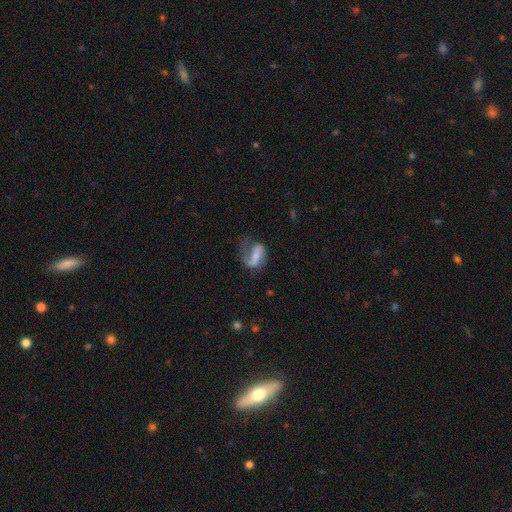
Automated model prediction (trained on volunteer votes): This is possibly a featured or disk galaxy (57%). It is clearly not viewed edge-on (94%). Bar: marginally strong (40%). Spiral arm pattern: likely yes (76%). Central bulge: possibly small (48%). Merging: marginally major disturbance (37%).